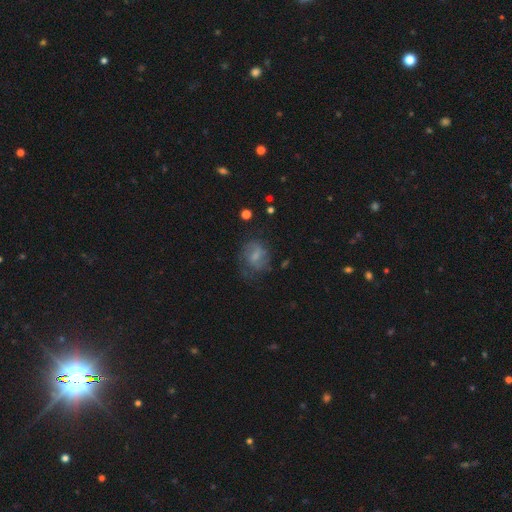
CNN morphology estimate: smooth 51%, featured or disk 38%, star or artifact 11%. Down the decision tree: how rounded — round (51%); merging — none (54%).